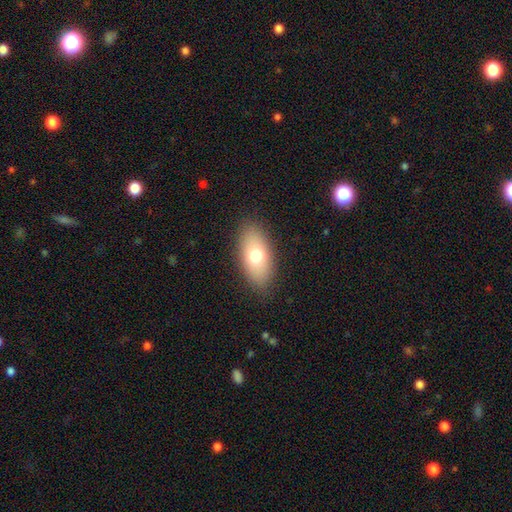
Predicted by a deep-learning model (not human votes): This is likely a smooth galaxy (70%). How rounded: clearly in between (89%). Merging: clearly none (86%).